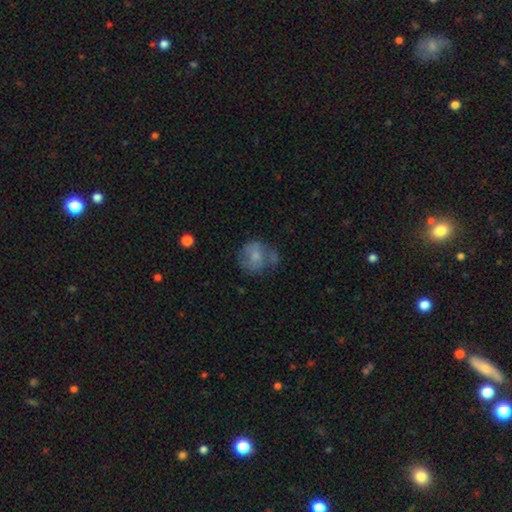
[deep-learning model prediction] Smooth or featured? smooth (56%)
How rounded? round (76%)
Merging? none (46%)